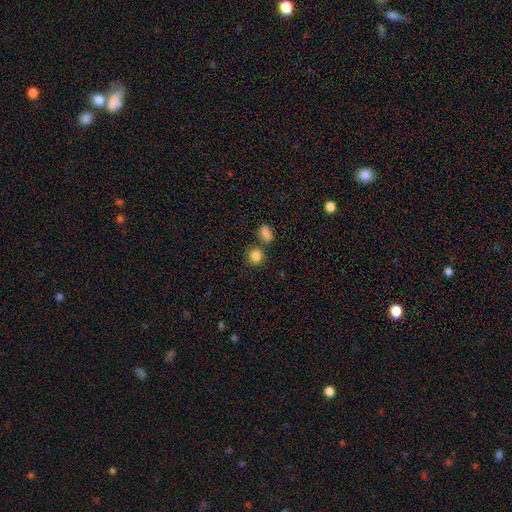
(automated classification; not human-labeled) This appears to be a smooth galaxy with no disk features (85%) that is round (77%). Merging: none (70%).